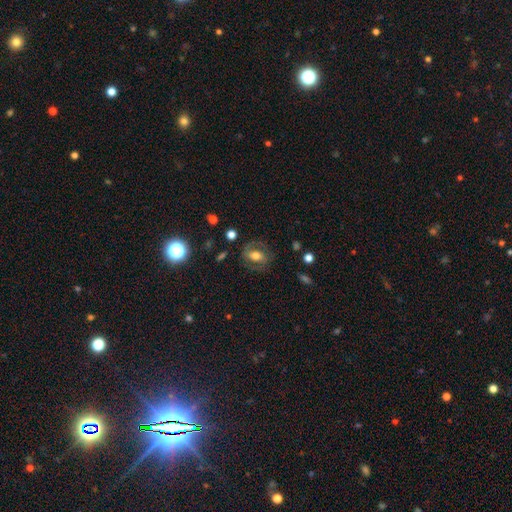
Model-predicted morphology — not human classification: A featured or disk galaxy (50%).

Vote fractions:
- Smooth or featured? featured or disk: 50% / smooth: 40% / star or artifact: 10%
- Edge-on disk? no: 94% / yes: 6%
- Merging? none: 73% / minor disturbance: 15% / major disturbance: 11% / merger: 2%